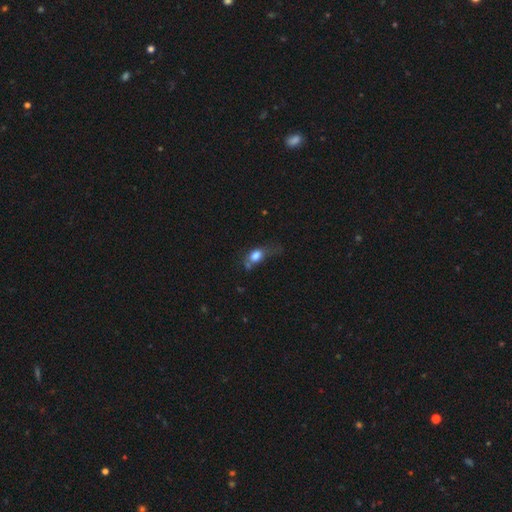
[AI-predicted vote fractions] Morphology: type=smooth (75%); roundness=in between (69%); merging=major disturbance (31%).